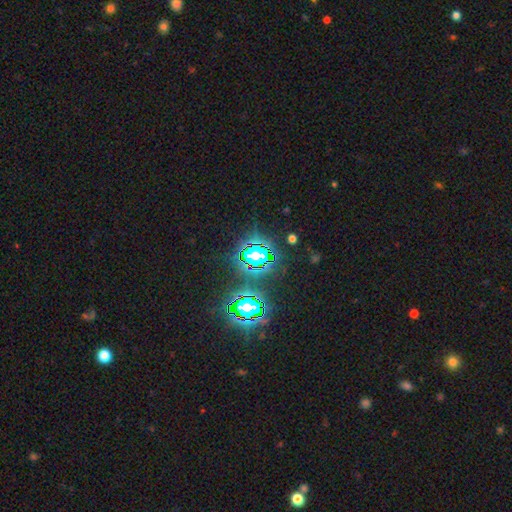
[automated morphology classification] Overall: star or artifact (76%).